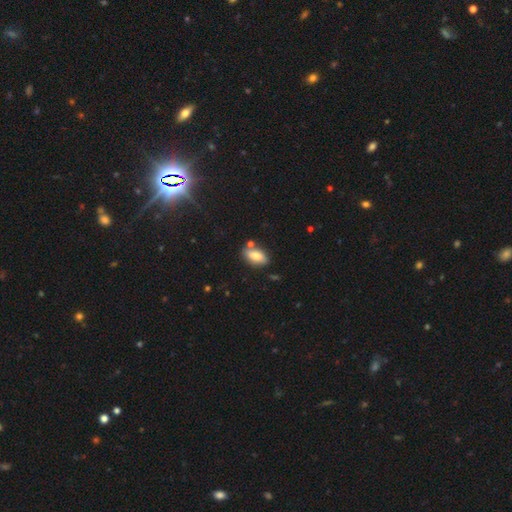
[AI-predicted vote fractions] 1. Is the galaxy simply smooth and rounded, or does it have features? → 75% smooth, 17% featured or disk, 7% star or artifact.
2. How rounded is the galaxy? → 89% in between, 7% cigar-shaped, 4% round.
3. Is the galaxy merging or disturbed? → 76% none, 13% minor disturbance, 8% merger, 3% major disturbance.